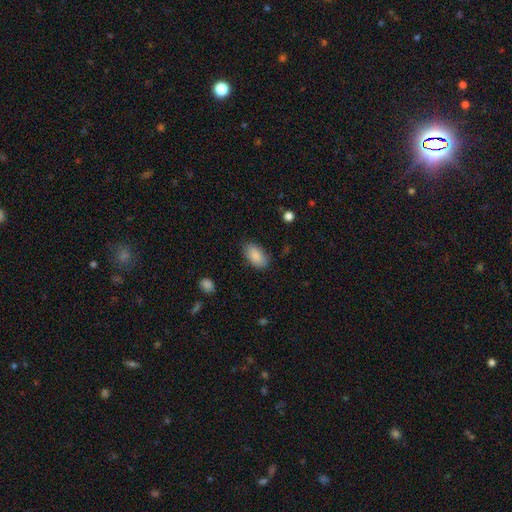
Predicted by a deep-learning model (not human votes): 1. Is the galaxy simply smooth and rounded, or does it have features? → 87% smooth, 6% star or artifact, 6% featured or disk.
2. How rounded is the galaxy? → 94% in between, 5% round, 2% cigar-shaped.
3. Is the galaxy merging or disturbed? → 83% none, 13% minor disturbance, 3% major disturbance, 1% merger.